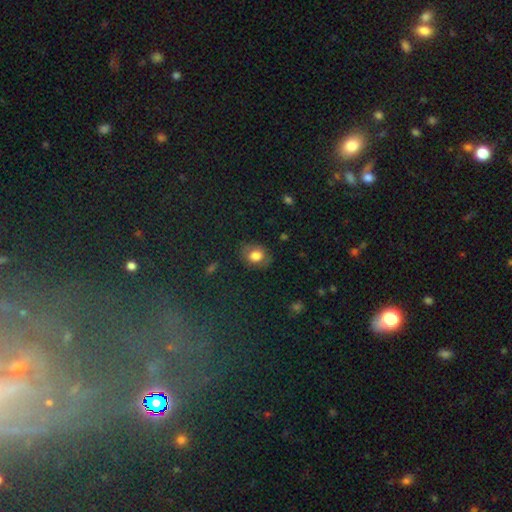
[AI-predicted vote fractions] This is likely a smooth galaxy (76%). How rounded: possibly round (51%). Merging: likely none (76%).